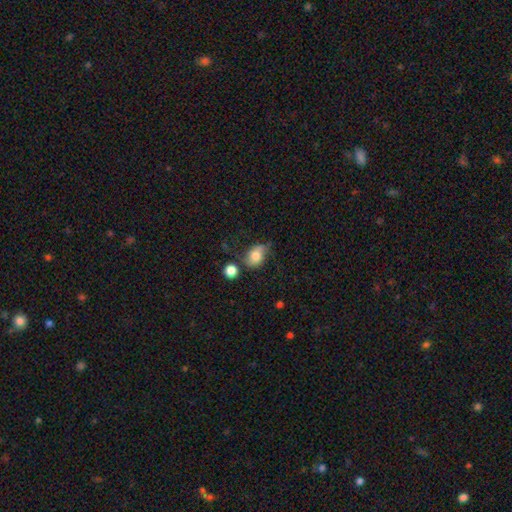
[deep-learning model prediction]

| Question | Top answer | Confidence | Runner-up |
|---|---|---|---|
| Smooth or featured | smooth | 69% | featured or disk (21%) |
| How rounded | in between | 71% | round (27%) |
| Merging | none | 50% | minor disturbance (30%) |